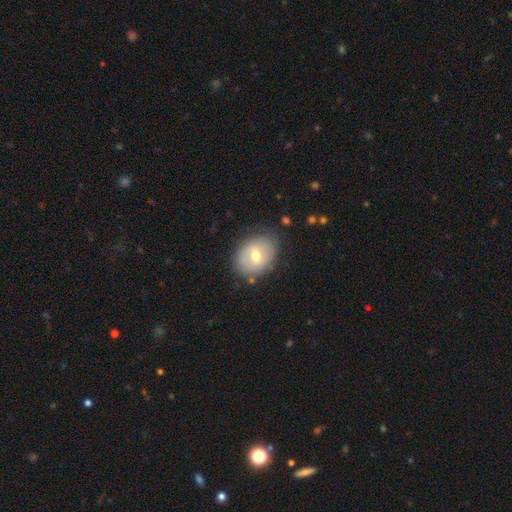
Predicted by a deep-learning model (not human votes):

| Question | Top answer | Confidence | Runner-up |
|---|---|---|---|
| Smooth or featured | smooth | 58% | featured or disk (34%) |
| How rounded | in between | 59% | round (40%) |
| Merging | none | 76% | minor disturbance (17%) |